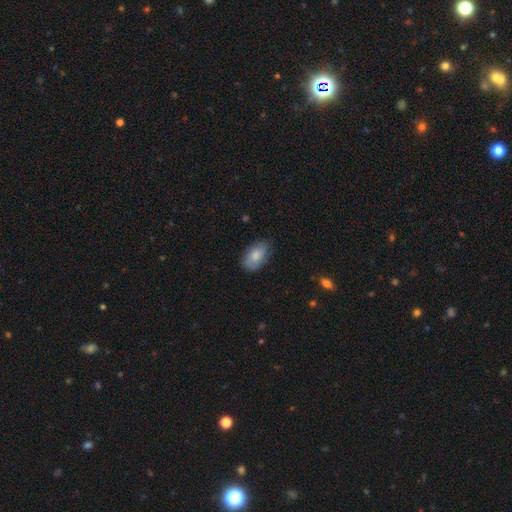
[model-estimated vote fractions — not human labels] This appears to be a smooth galaxy with no disk features (80%) that is in between round and cigar-shaped (93%). Merging: none (78%).